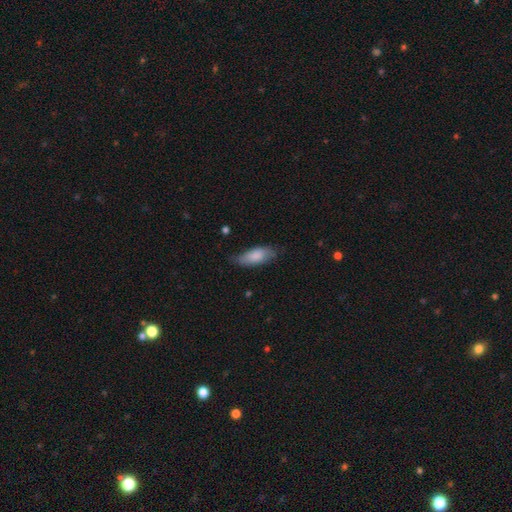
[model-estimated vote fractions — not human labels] Smooth or featured? Predicted: smooth (p=0.84). How rounded? Predicted: in between (p=0.80). Merging? Predicted: none (p=0.67).